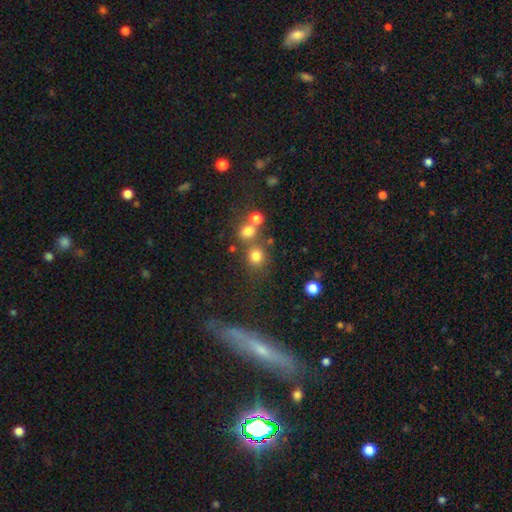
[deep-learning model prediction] This appears to be a smooth galaxy with no disk features (75%) that is round (84%). Merging: none (61%).